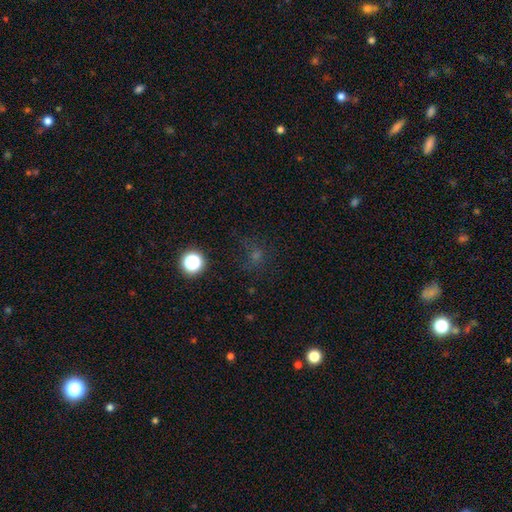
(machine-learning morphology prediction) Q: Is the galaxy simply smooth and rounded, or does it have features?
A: star or artifact — 47%.